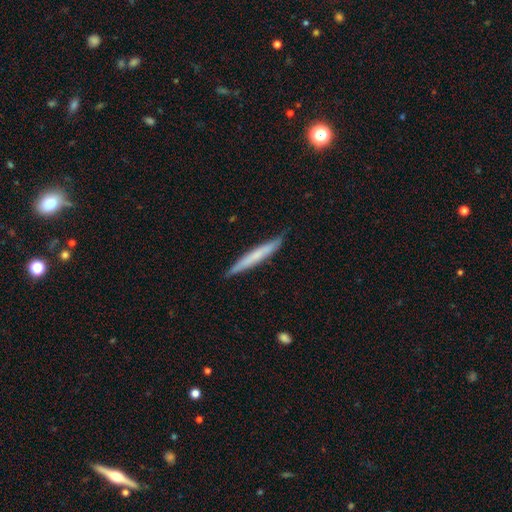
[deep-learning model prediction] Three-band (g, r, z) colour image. It shows a smooth galaxy with no disk features (60%) that is cigar-shaped (96%). Merging: none (86%).